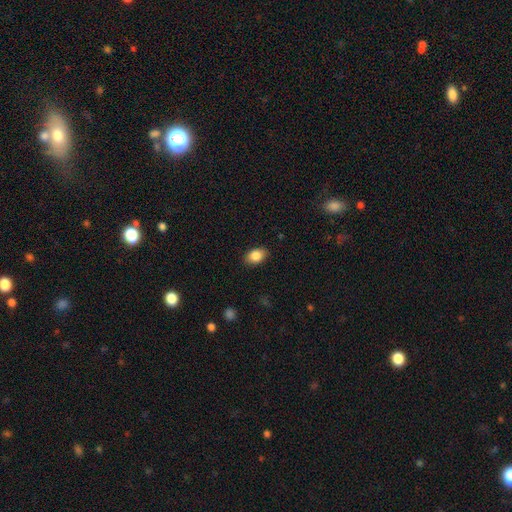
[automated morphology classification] This is clearly a smooth galaxy (86%). How rounded: clearly in between (83%). Merging: clearly none (86%).